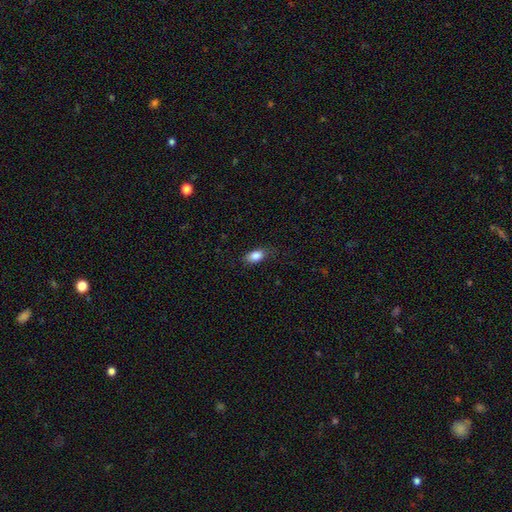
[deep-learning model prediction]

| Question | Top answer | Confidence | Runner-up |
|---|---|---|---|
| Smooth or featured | smooth | 86% | star or artifact (8%) |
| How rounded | in between | 88% | round (8%) |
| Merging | none | 79% | minor disturbance (16%) |